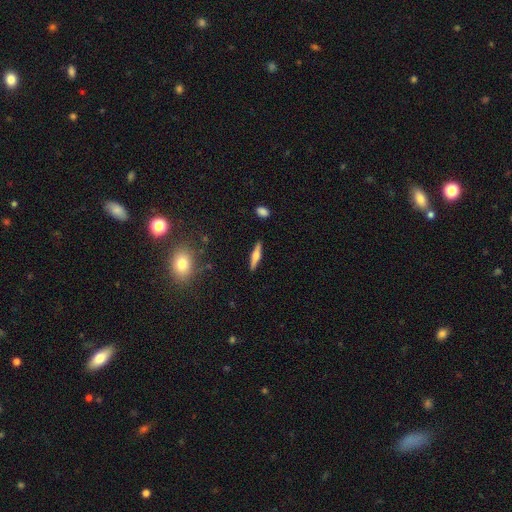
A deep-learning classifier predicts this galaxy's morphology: This is possibly a featured or disk galaxy (51%). It is clearly viewed edge-on (95%). Merging: clearly none (89%).